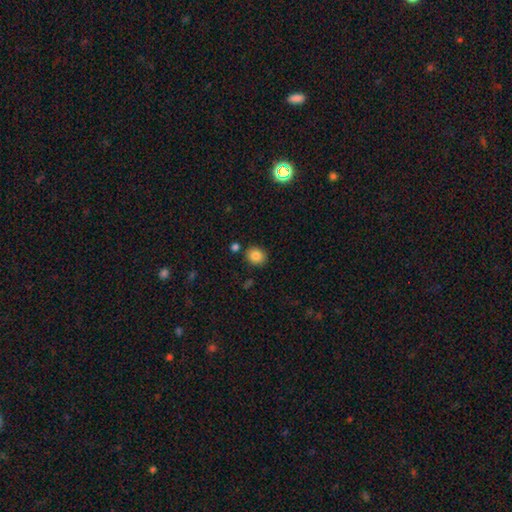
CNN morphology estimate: Smooth or featured: smooth — 84% (star or artifact — 10%)
How rounded: round — 72% (in between — 27%)
Merging: none — 84% (minor disturbance — 9%)